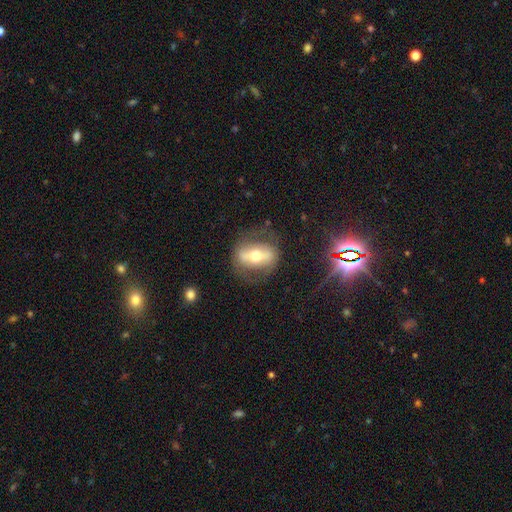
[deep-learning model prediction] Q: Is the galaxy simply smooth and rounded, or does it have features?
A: featured or disk — 61%.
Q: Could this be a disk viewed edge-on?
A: no — 79%.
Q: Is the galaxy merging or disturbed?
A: none — 71%.